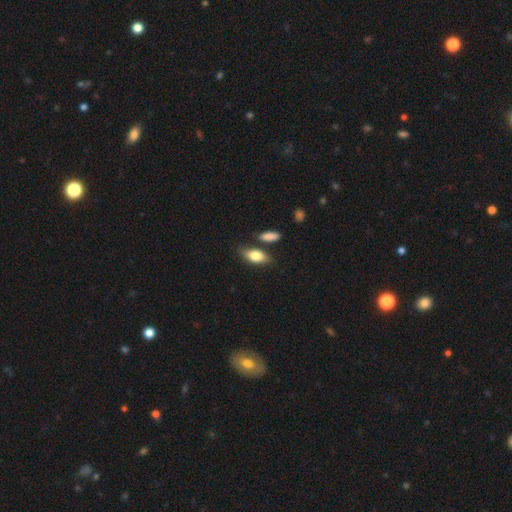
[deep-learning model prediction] Q: Smooth or featured?
A: smooth (79%); runner-up: featured or disk (15%)
Q: How rounded?
A: in between (84%); runner-up: cigar-shaped (11%)
Q: Merging?
A: none (71%); runner-up: minor disturbance (15%)